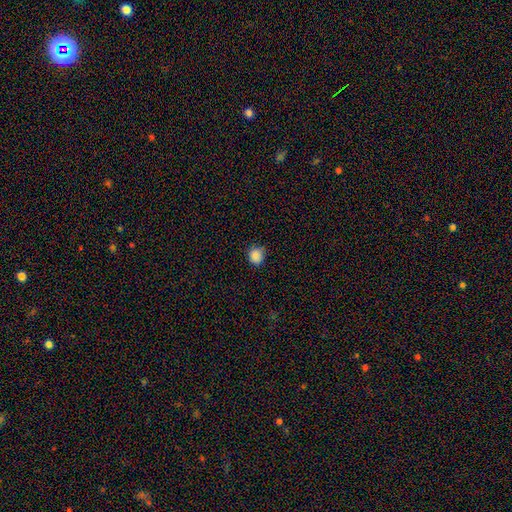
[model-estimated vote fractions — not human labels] smooth-or-featured: smooth: 86% | star or artifact: 10% | featured or disk: 4%
  how-rounded: round: 84% | in between: 16% | cigar-shaped: 1%
  merging: none: 80% | minor disturbance: 16% | major disturbance: 3% | merger: 1%